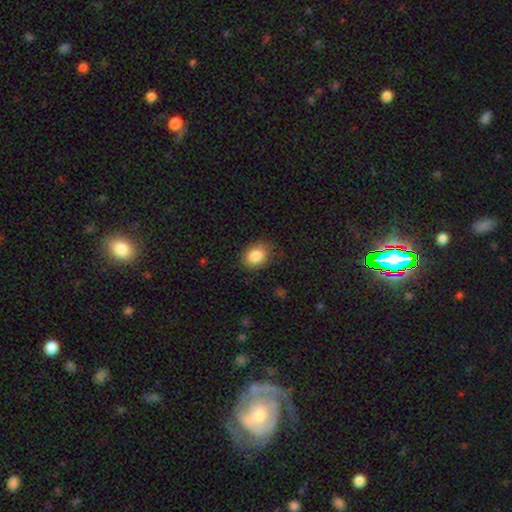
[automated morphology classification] A smooth galaxy with no disk features (86%) that is in between round and cigar-shaped (64%).

Vote fractions:
- Smooth or featured? smooth: 86% / star or artifact: 8% / featured or disk: 6%
- How rounded? in between: 64% / round: 35% / cigar-shaped: 1%
- Merging? none: 80% / minor disturbance: 15% / major disturbance: 4% / merger: 1%